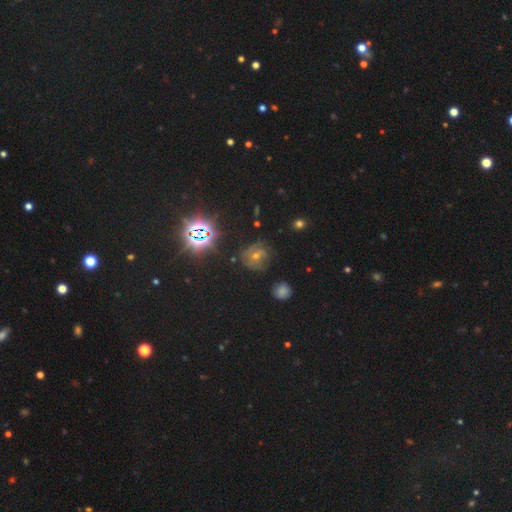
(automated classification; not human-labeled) A star or artifact, not a galaxy (50%).

Vote fractions:
- Smooth or featured? star or artifact: 50% / featured or disk: 32% / smooth: 18%